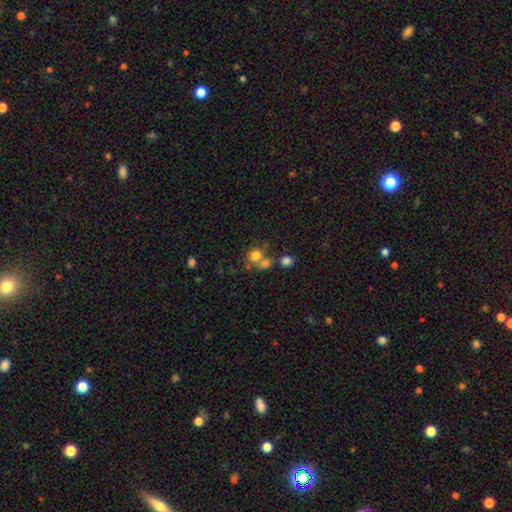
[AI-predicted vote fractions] smooth 75%, star or artifact 14%, featured or disk 11%. Down the decision tree: how rounded — round (83%); merging — none (46%).